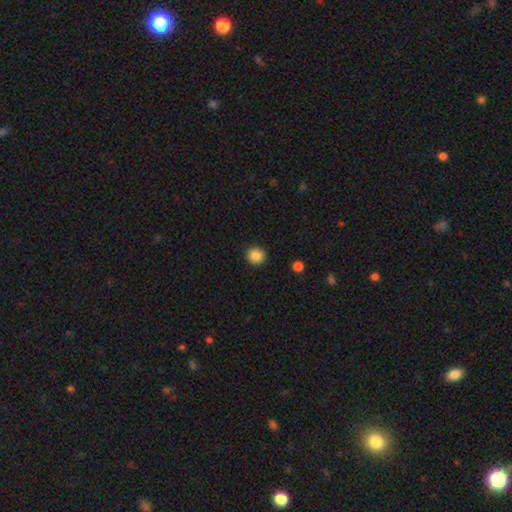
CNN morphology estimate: A smooth galaxy with no disk features (86%) that is round (90%). Merging: none (92%).